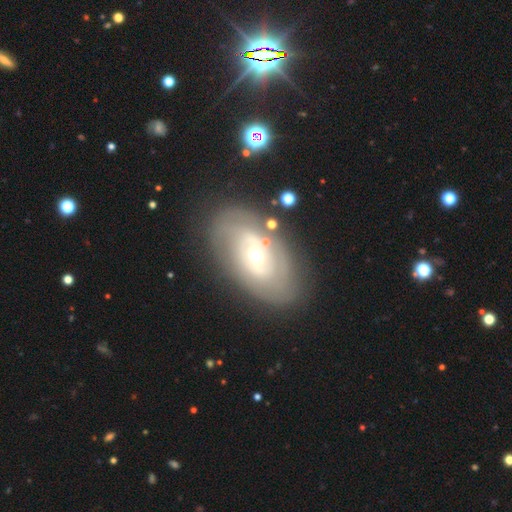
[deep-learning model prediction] This appears to be a featured or disk galaxy (72%) with no bar (56%), spiral arms (62%) and a moderate central bulge (55%). Merging: none (74%).